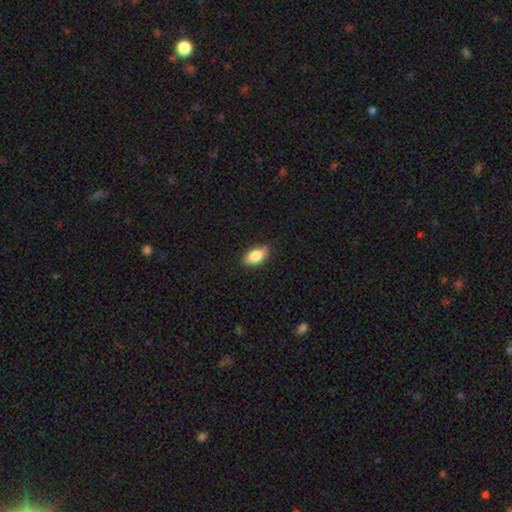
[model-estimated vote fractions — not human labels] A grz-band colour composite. It shows a smooth galaxy with no disk features (84%) that is in between round and cigar-shaped (91%). Merging: none (82%).